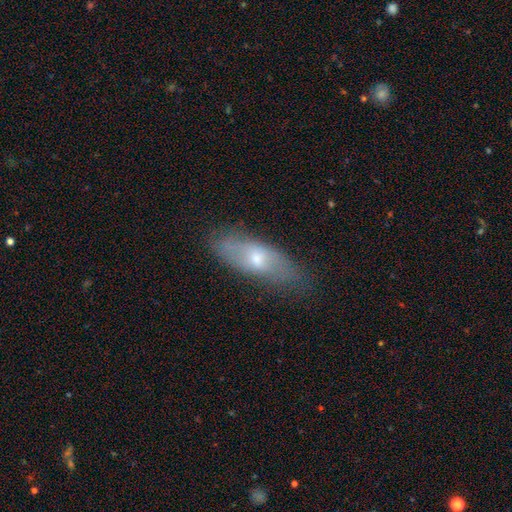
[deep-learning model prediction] Smooth or featured? Predicted: smooth (p=0.49). Merging? Predicted: none (p=0.77).